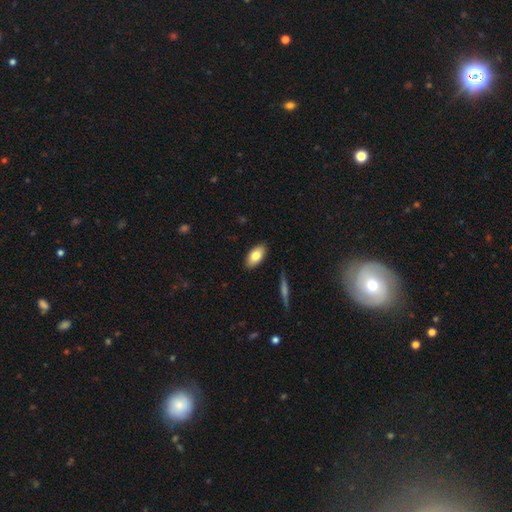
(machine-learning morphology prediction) Smooth or featured? smooth (79%)
How rounded? in between (93%)
Merging? none (88%)